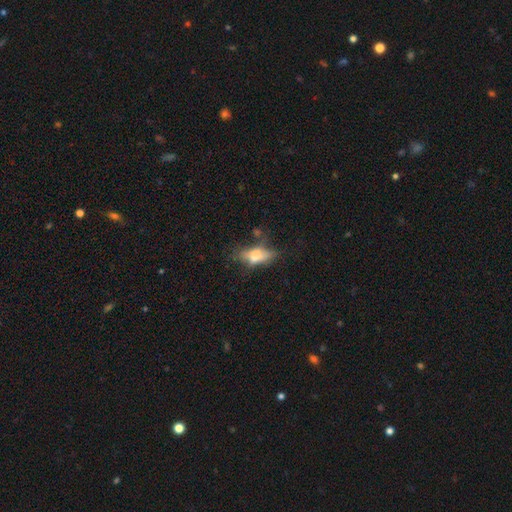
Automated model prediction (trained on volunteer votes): A smooth galaxy with no disk features (59%) that is in between round and cigar-shaped (77%).

Vote fractions:
- Smooth or featured? smooth: 59% / featured or disk: 30% / star or artifact: 11%
- How rounded? in between: 77% / cigar-shaped: 18% / round: 5%
- Merging? none: 37% / minor disturbance: 27% / major disturbance: 26% / merger: 11%